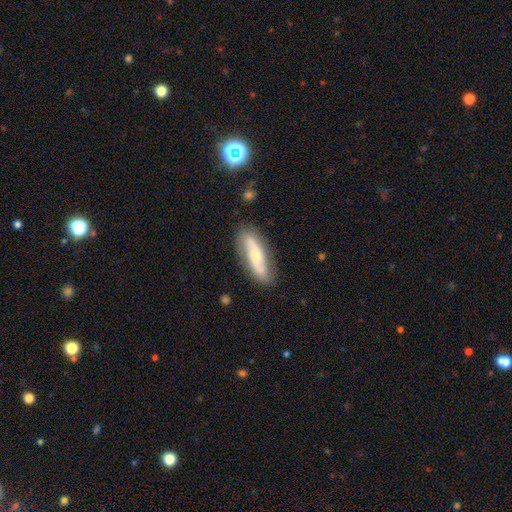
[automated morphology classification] Smooth or featured? featured or disk (57%)
Edge-on disk? no (71%)
Merging? none (80%)